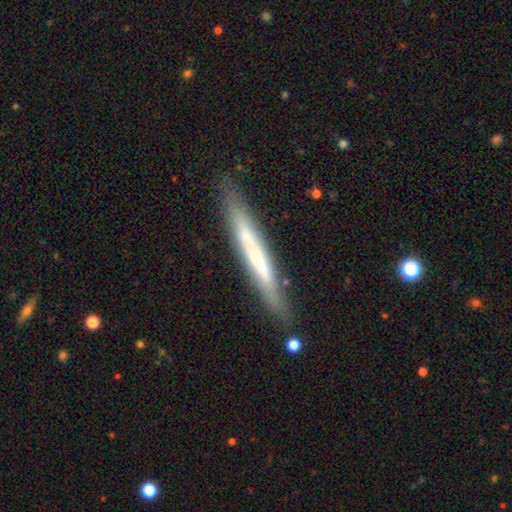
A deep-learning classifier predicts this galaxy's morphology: smooth_or_featured: featured or disk (p=0.53) [alt: smooth p=0.40]
disk_edge_on: yes (p=0.90) [alt: no p=0.10]
merging: none (p=0.85) [alt: minor disturbance p=0.11]